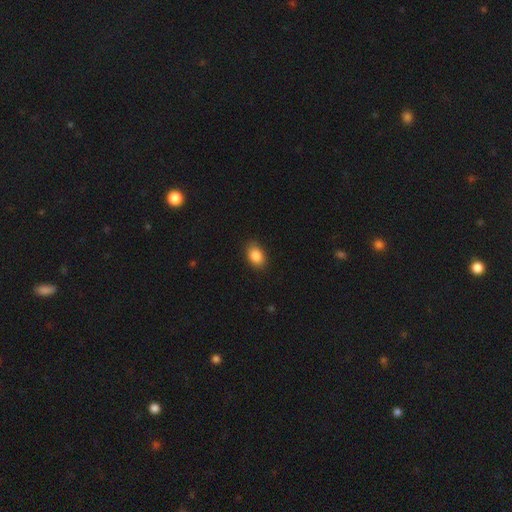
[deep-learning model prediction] This appears to be a smooth galaxy with no disk features (87%) that is in between round and cigar-shaped (83%). Merging: none (86%).